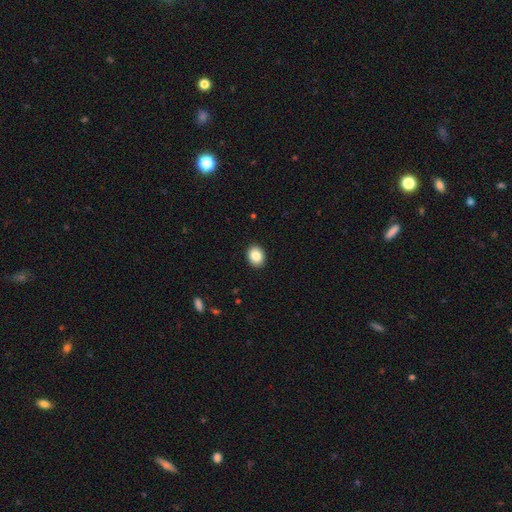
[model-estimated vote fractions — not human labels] Q: Smooth or featured?
A: smooth (86%); runner-up: star or artifact (8%)
Q: How rounded?
A: round (50%); runner-up: in between (49%)
Q: Merging?
A: none (92%); runner-up: minor disturbance (6%)